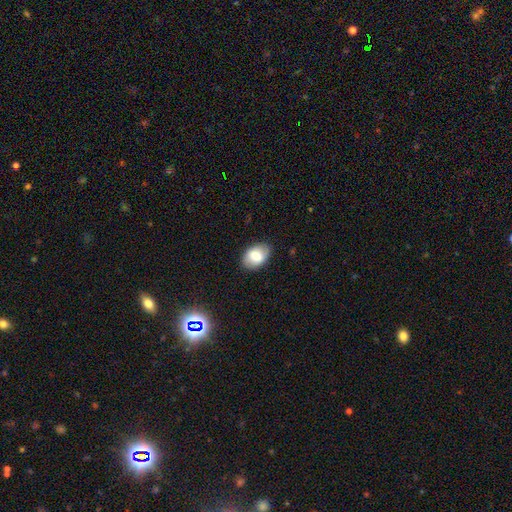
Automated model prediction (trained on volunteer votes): The model was most divided on "smooth or featured": smooth: 76%, featured or disk: 17%, star or artifact: 8%. More confident: how rounded — in between (87%); merging — none (85%).